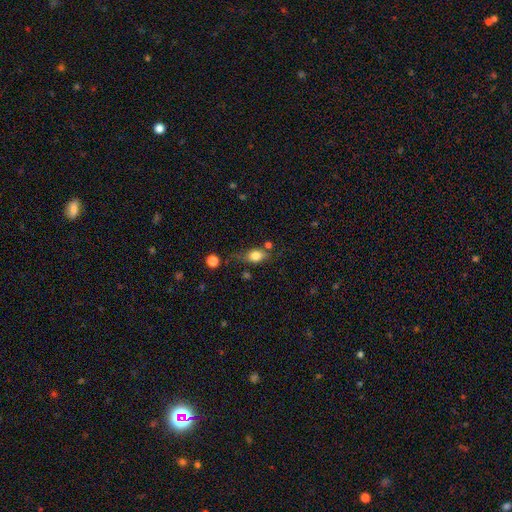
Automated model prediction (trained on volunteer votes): The model was most divided on "merging": none: 56%, minor disturbance: 26%, major disturbance: 10%, merger: 9%. More confident: smooth or featured — smooth (77%); how rounded — in between (67%).